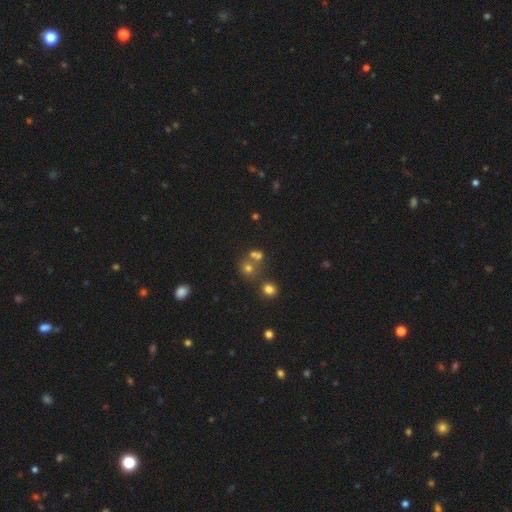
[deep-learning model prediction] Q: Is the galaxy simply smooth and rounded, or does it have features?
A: smooth — 57%.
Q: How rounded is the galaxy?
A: round — 79%.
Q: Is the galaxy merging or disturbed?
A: none — 48%.